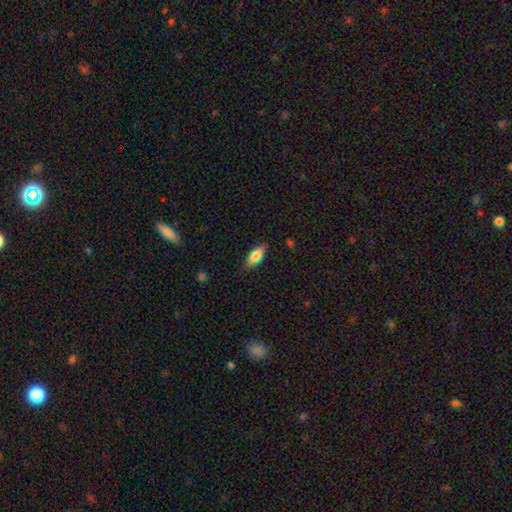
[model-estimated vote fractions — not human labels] Smooth or featured? Predicted: smooth (p=0.79). How rounded? Predicted: in between (p=0.82). Merging? Predicted: none (p=0.82).